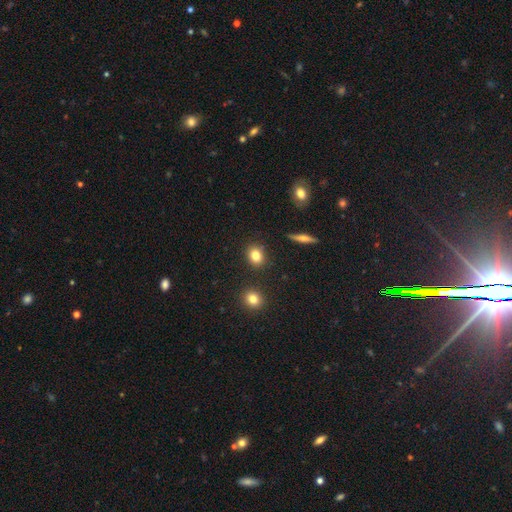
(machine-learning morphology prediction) smooth-or-featured: smooth: 81% | star or artifact: 11% | featured or disk: 8%
  how-rounded: round: 55% | in between: 43% | cigar-shaped: 2%
  merging: none: 88% | minor disturbance: 7% | merger: 3% | major disturbance: 2%